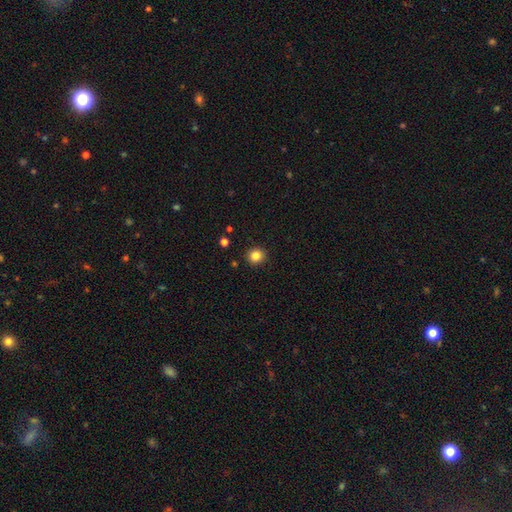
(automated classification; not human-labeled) A smooth galaxy with no disk features (83%) that is round (90%). Merging: none (92%).